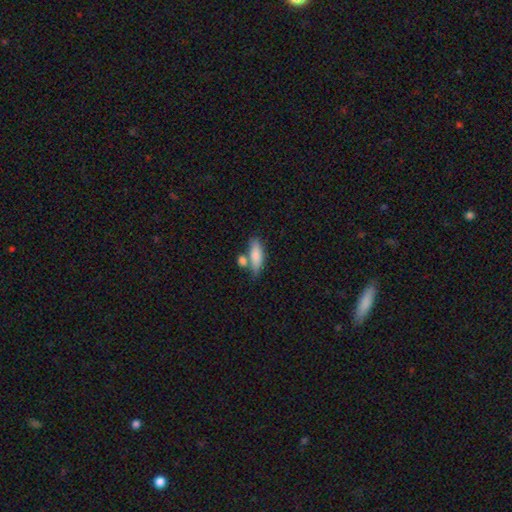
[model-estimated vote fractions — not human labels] smooth_or_featured: smooth (p=0.81) [alt: featured or disk p=0.13]
how_rounded: in between (p=0.61) [alt: cigar-shaped p=0.35]
merging: none (p=0.51) [alt: merger p=0.28]